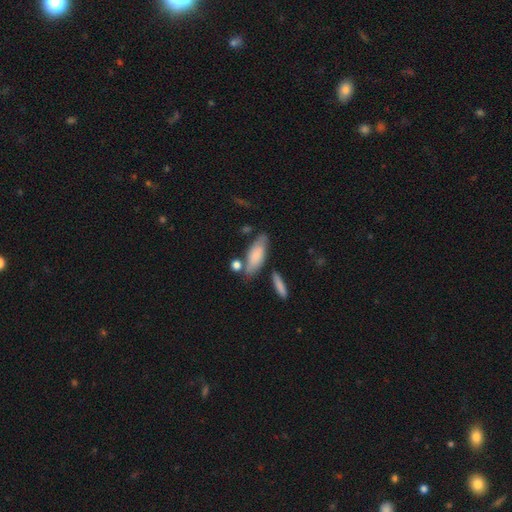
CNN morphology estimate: smooth 74%, featured or disk 20%, star or artifact 6%. Down the decision tree: how rounded — in between (71%); merging — none (63%).